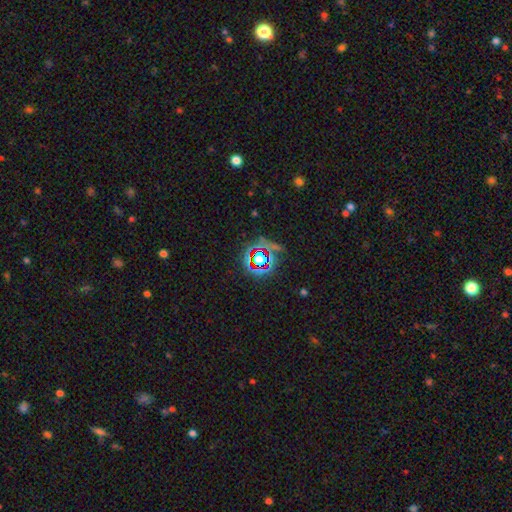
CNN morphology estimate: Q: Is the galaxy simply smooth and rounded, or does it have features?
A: star or artifact — 77%.